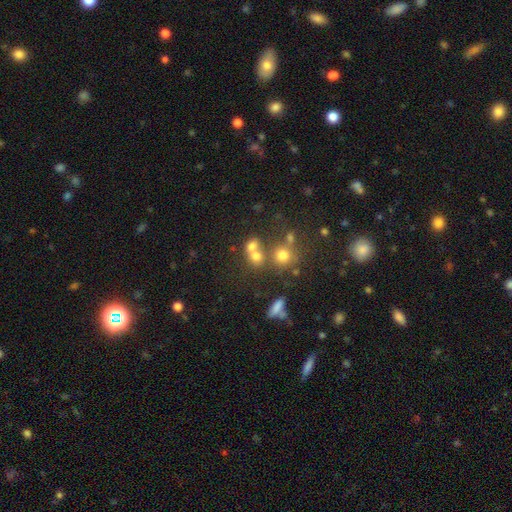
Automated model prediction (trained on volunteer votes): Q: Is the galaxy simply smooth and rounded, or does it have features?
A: smooth — 67%.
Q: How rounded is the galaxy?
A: round — 65%.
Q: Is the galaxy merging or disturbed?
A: merger — 48%.